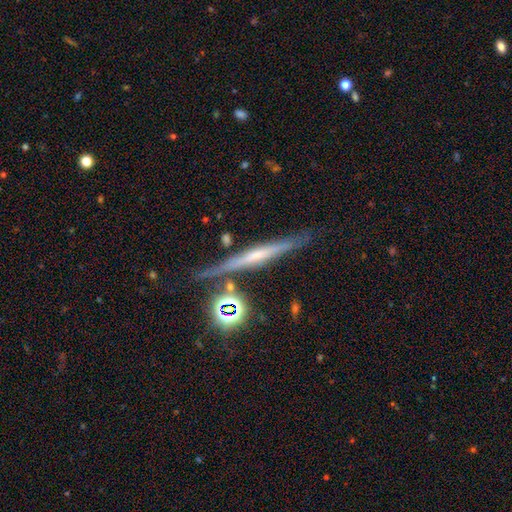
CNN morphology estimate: smooth_or_featured: featured or disk (p=0.62) [alt: smooth p=0.24]
disk_edge_on: yes (p=0.94) [alt: no p=0.06]
edge_on_bulge: none (p=0.50) [alt: rounded p=0.37]
merging: none (p=0.81) [alt: minor disturbance p=0.11]